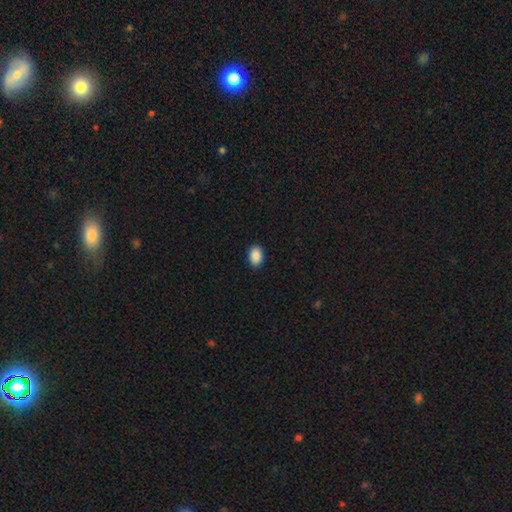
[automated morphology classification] smooth-or-featured: smooth: 90% | star or artifact: 8% | featured or disk: 3%
  how-rounded: in between: 84% | round: 15% | cigar-shaped: 1%
  merging: none: 89% | minor disturbance: 8% | major disturbance: 2% | merger: 1%